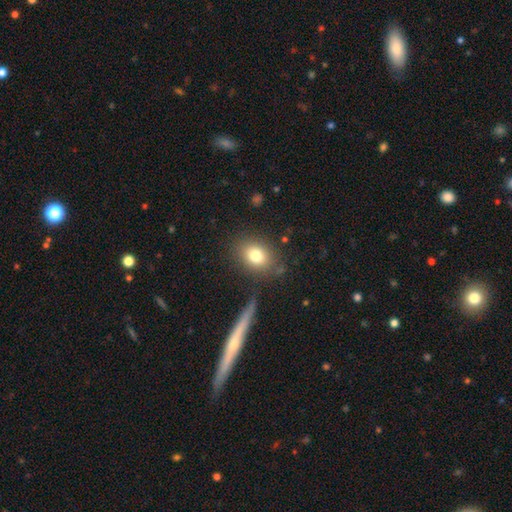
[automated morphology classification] type=smooth (79%); roundness=in between (50%); merging=none (80%).